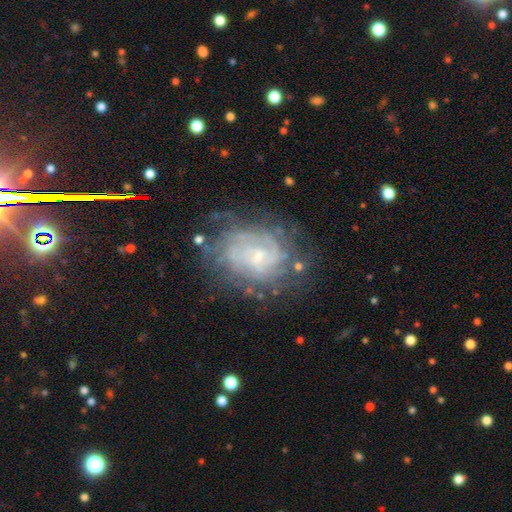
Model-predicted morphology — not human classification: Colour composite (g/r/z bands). It shows a featured or disk galaxy (80%) with no bar (59%), tight (69%) spiral arms (90%) and a small central bulge (74%). Merging: none (66%).